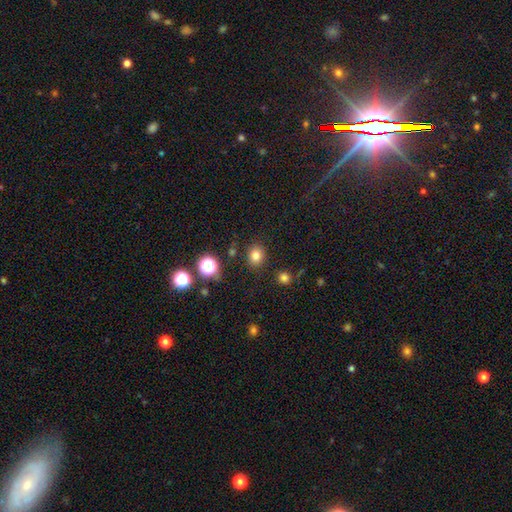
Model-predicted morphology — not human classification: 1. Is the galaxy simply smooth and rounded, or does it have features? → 79% smooth, 15% star or artifact, 6% featured or disk.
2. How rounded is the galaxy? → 71% round, 28% in between, 1% cigar-shaped.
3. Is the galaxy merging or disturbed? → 86% none, 9% minor disturbance, 3% merger, 3% major disturbance.